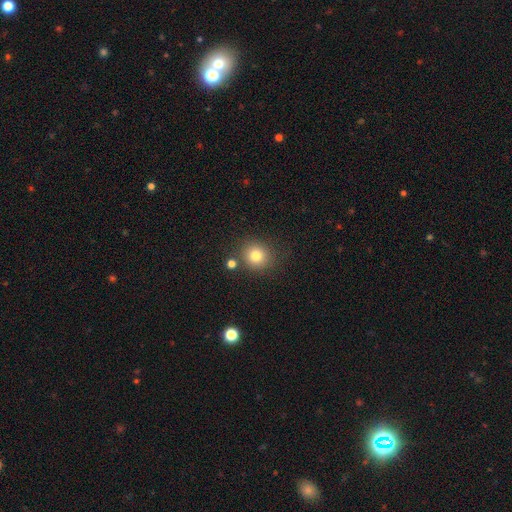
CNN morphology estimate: type=smooth (79%); roundness=round (88%); merging=none (80%).